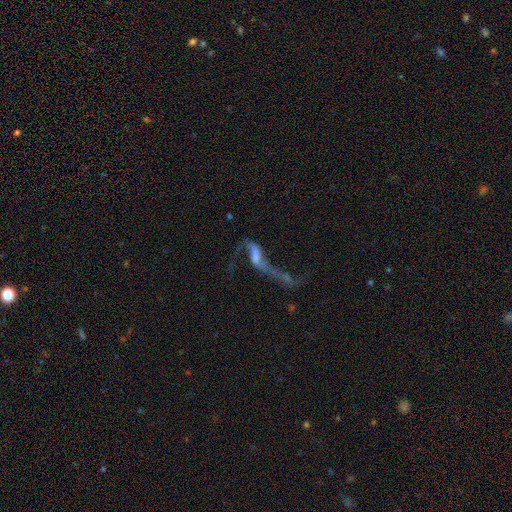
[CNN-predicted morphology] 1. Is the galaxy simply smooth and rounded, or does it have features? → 68% featured or disk, 21% smooth, 11% star or artifact.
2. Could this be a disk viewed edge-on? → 88% no, 12% yes.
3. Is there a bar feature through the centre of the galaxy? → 38% no, 35% weak, 27% strong.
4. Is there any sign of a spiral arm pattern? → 70% yes, 30% no.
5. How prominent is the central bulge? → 45% none, 23% small, 19% moderate, 9% large, 3% dominant.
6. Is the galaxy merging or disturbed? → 39% major disturbance, 34% merger, 18% none, 9% minor disturbance.